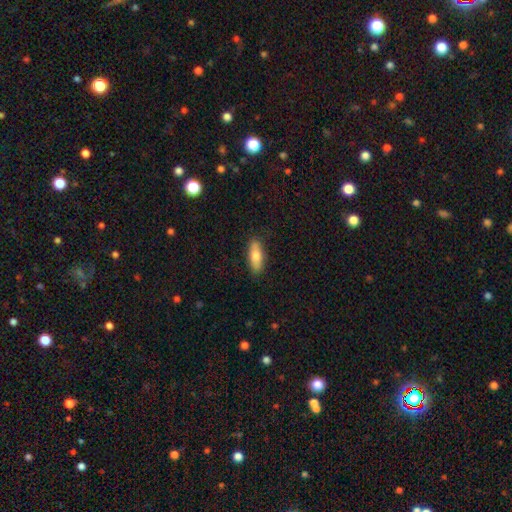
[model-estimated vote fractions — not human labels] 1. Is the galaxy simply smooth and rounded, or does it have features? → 71% smooth, 22% featured or disk, 6% star or artifact.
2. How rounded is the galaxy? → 62% in between, 36% cigar-shaped, 3% round.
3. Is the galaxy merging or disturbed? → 87% none, 10% minor disturbance, 2% major disturbance, 1% merger.